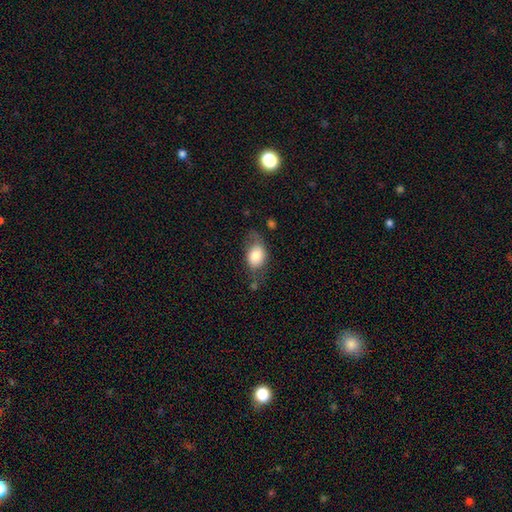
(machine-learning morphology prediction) This appears to be a smooth galaxy with no disk features (75%) that is in between round and cigar-shaped (76%). Merging: none (50%).